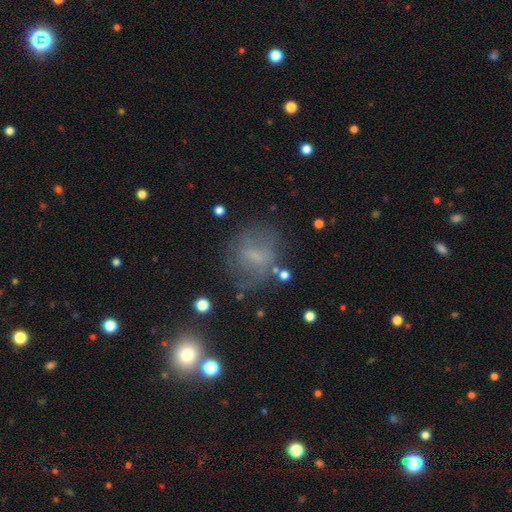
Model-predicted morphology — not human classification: This appears to be a smooth galaxy with no disk features (49%). Merging: none (61%).